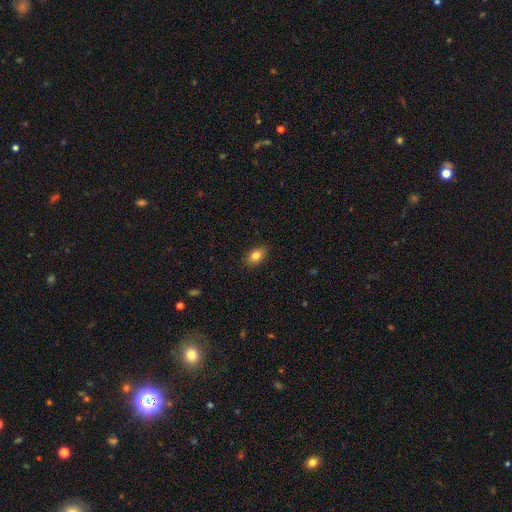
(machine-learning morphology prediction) A smooth galaxy with no disk features (83%) that is in between round and cigar-shaped (86%). Merging: none (86%).